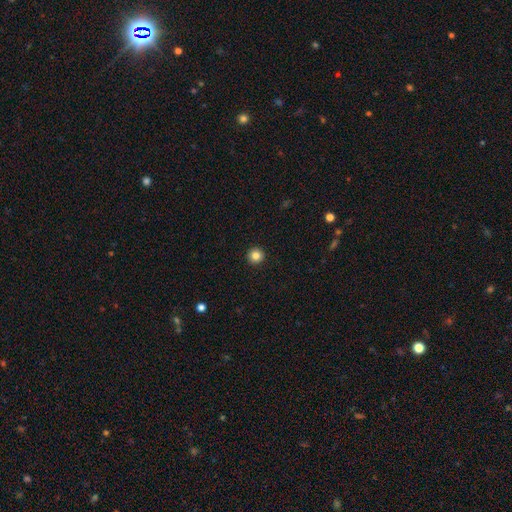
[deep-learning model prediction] A smooth galaxy with no disk features (84%) that is round (96%).

Vote fractions:
- Smooth or featured? smooth: 84% / star or artifact: 11% / featured or disk: 5%
- How rounded? round: 96% / in between: 3% / cigar-shaped: 1%
- Merging? none: 94% / minor disturbance: 4% / major disturbance: 1% / merger: 1%